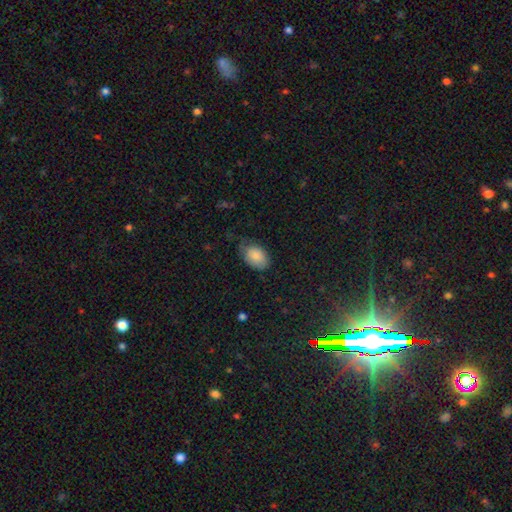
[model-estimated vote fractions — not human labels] The model was most divided on "merging": none: 57%, minor disturbance: 32%, major disturbance: 9%, merger: 2%. More confident: how rounded — in between (88%); smooth or featured — smooth (85%).